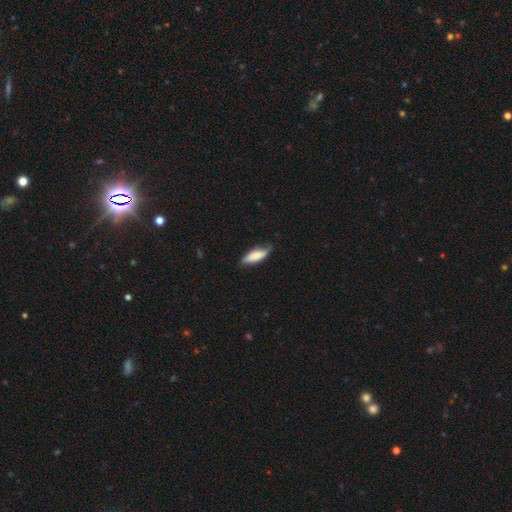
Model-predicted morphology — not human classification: Smooth or featured?
  - smooth: 71% *
  - featured or disk: 23%
  - star or artifact: 6%
How rounded?
  - in between: 62% *
  - cigar-shaped: 36%
  - round: 2%
Merging?
  - none: 63% *
  - minor disturbance: 30%
  - major disturbance: 6%
  - merger: 2%